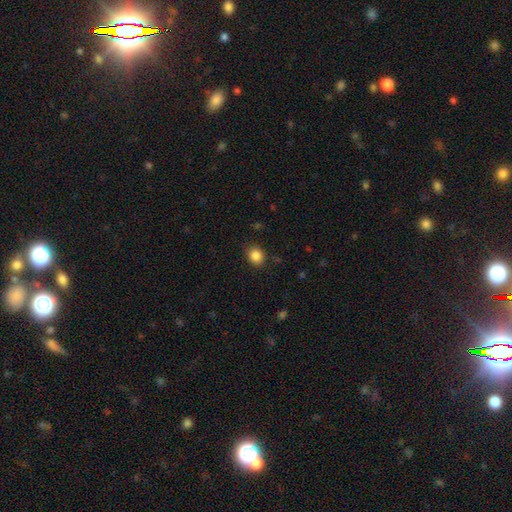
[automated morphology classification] type=smooth (86%); roundness=round (60%); merging=none (85%).